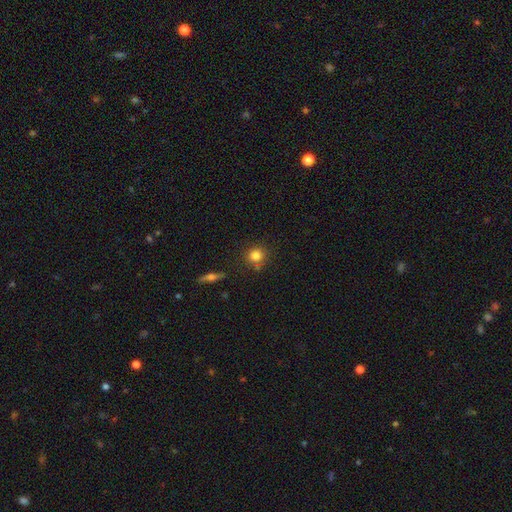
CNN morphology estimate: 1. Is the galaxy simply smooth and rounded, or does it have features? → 82% smooth, 11% star or artifact, 8% featured or disk.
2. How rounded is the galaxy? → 90% round, 9% in between, 1% cigar-shaped.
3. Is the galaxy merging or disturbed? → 79% none, 11% minor disturbance, 8% merger, 3% major disturbance.